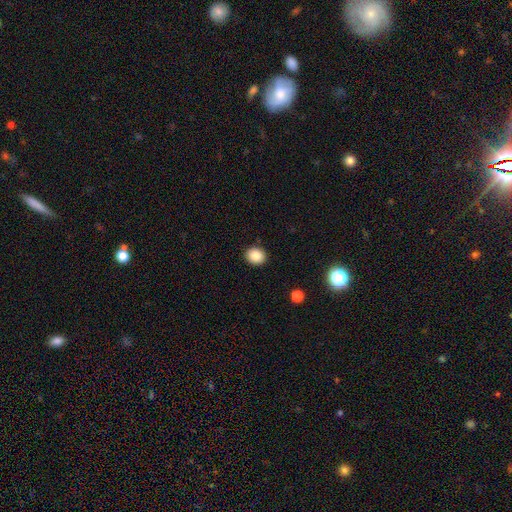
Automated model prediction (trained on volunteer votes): This is clearly a smooth galaxy (86%). How rounded: likely round (70%). Merging: clearly none (90%).